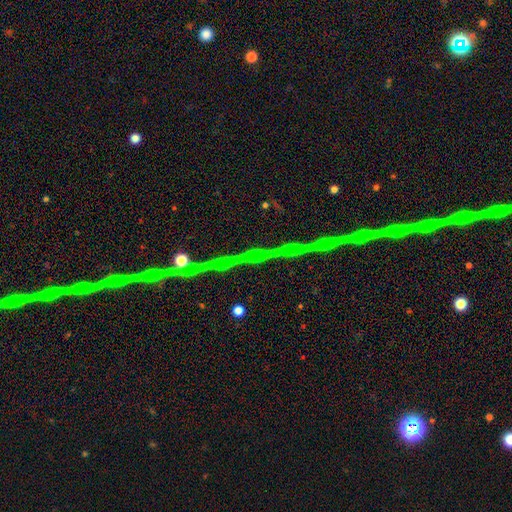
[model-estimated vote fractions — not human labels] A star or artifact, not a galaxy (72%).